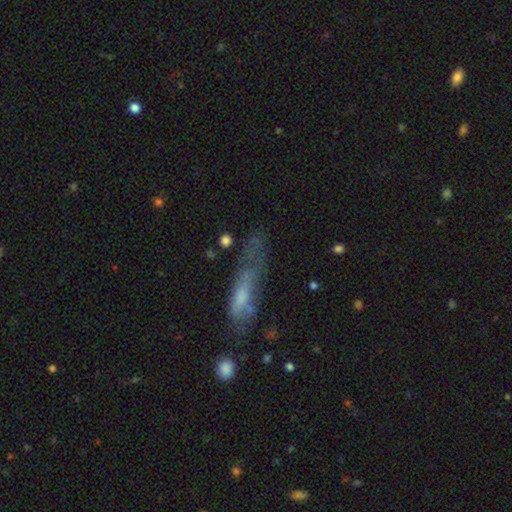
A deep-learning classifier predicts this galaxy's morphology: A featured or disk galaxy (45%).

Vote fractions:
- Smooth or featured? featured or disk: 45% / smooth: 40% / star or artifact: 15%
- Merging? none: 45% / minor disturbance: 25% / major disturbance: 24% / merger: 6%